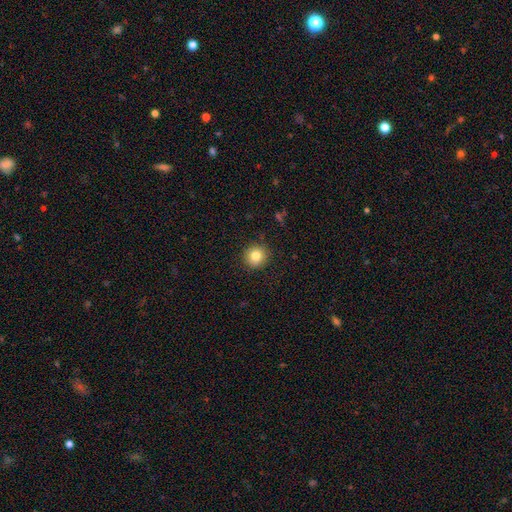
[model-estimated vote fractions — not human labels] Smooth or featured?
  - smooth: 82% *
  - star or artifact: 10%
  - featured or disk: 8%
How rounded?
  - round: 92% *
  - in between: 7%
  - cigar-shaped: 1%
Merging?
  - none: 91% *
  - minor disturbance: 6%
  - major disturbance: 2%
  - merger: 1%